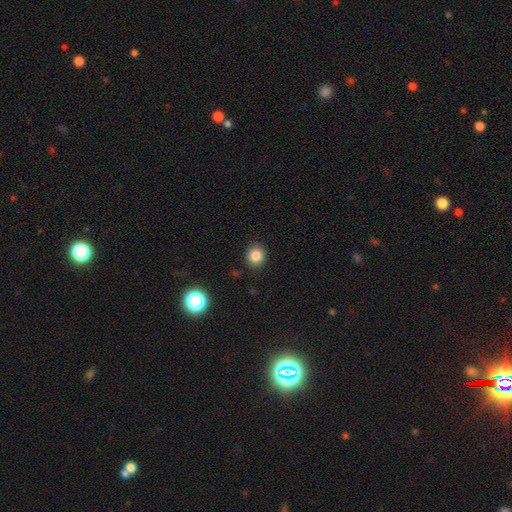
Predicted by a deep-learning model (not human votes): This appears to be a smooth galaxy with no disk features (84%) that is round (86%). Merging: none (90%).